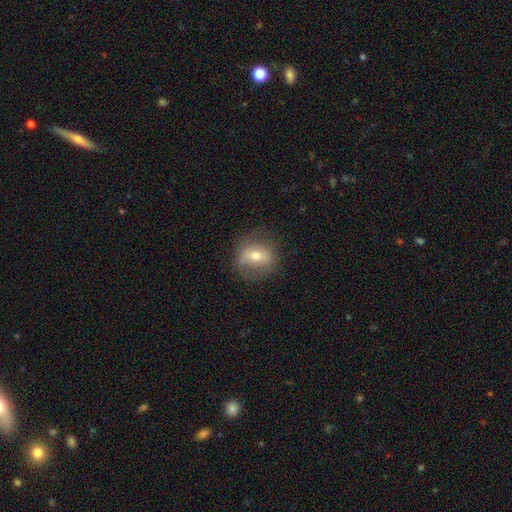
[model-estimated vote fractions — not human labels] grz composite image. It shows a smooth galaxy with no disk features (46%). Merging: none (76%).